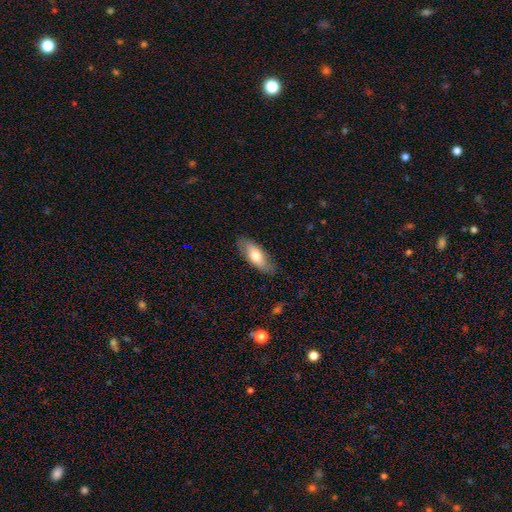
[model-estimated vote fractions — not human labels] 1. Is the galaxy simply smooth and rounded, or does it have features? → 71% smooth, 23% featured or disk, 6% star or artifact.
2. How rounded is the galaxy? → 71% in between, 26% cigar-shaped, 2% round.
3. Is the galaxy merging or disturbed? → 82% none, 14% minor disturbance, 3% major disturbance, 1% merger.